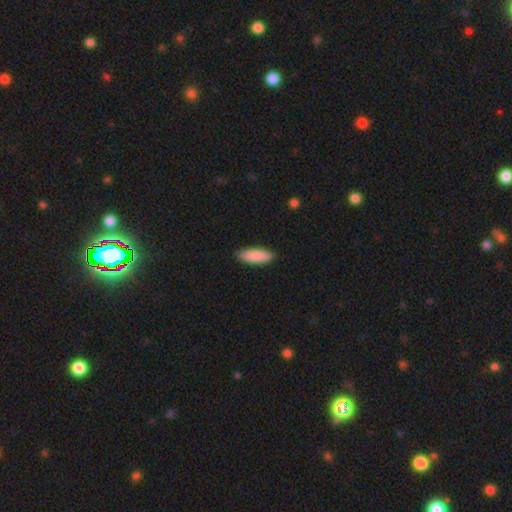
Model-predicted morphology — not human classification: Smooth or featured: smooth — 89% (star or artifact — 5%)
How rounded: in between — 65% (cigar-shaped — 33%)
Merging: none — 88% (minor disturbance — 9%)